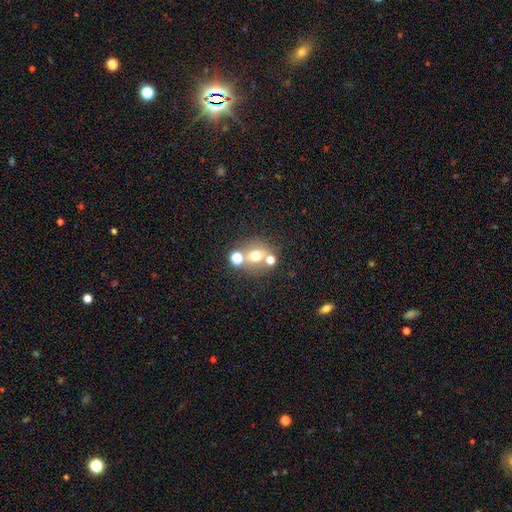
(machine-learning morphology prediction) This appears to be a smooth galaxy with no disk features (57%) that is round (69%). Merging: none (59%).